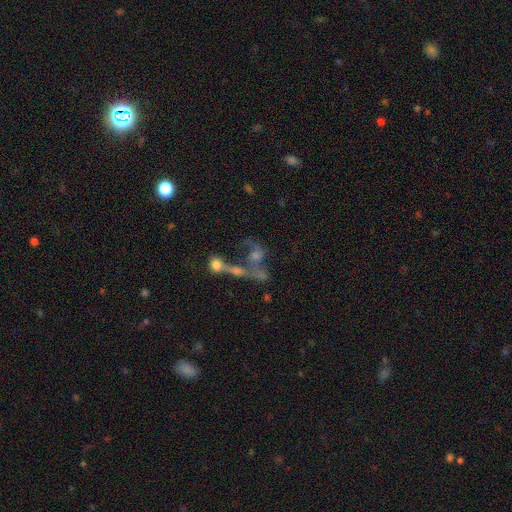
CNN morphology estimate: type=featured or disk (47%); merging=merger (49%).